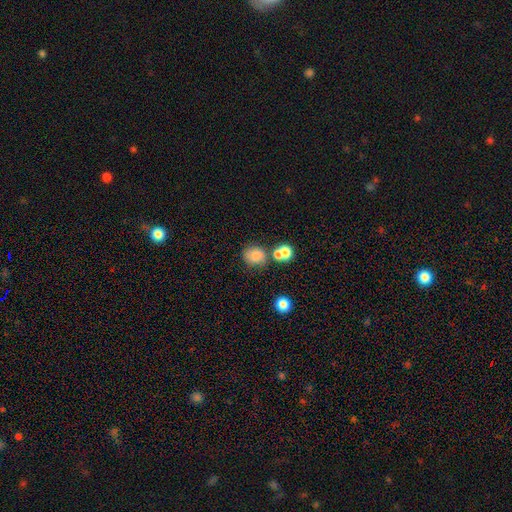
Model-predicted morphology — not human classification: Smooth or featured?
  - smooth: 77% *
  - star or artifact: 13%
  - featured or disk: 9%
How rounded?
  - round: 71% *
  - in between: 28%
  - cigar-shaped: 1%
Merging?
  - none: 60% *
  - merger: 21%
  - minor disturbance: 14%
  - major disturbance: 5%